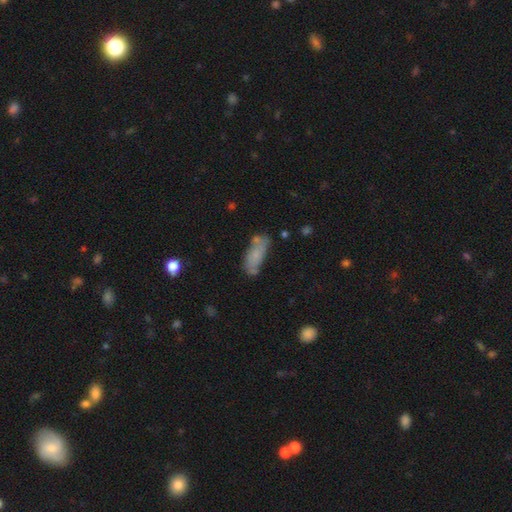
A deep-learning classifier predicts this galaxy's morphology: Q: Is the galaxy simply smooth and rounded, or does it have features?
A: smooth — 65%.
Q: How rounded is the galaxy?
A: in between — 72%.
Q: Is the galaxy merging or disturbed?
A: none — 55%.